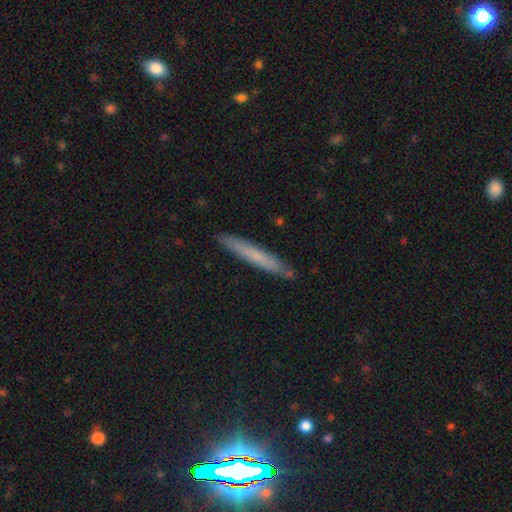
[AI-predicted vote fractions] The model was most divided on "smooth or featured": smooth: 61%, featured or disk: 32%, star or artifact: 7%. More confident: how rounded — cigar-shaped (96%); merging — none (88%).